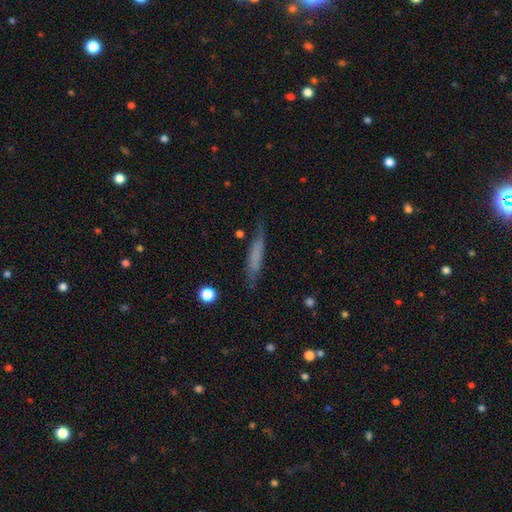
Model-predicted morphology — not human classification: This is possibly a smooth galaxy (60%). How rounded: clearly cigar-shaped (90%). Merging: likely none (75%).